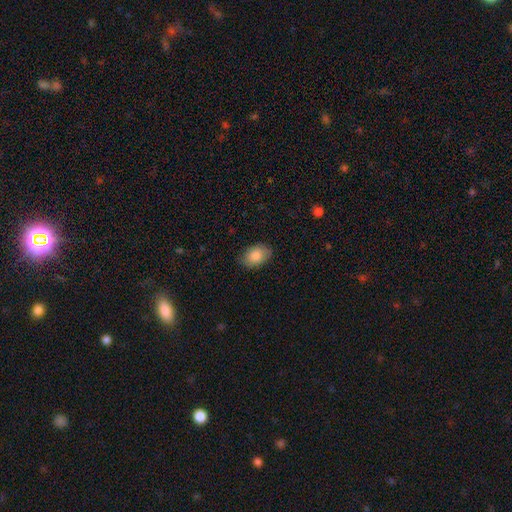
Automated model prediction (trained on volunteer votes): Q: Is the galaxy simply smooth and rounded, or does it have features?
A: smooth — 84%.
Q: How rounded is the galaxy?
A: in between — 87%.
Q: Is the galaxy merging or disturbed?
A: none — 82%.